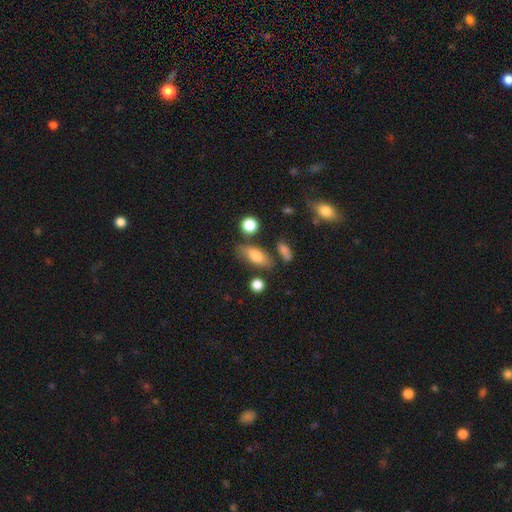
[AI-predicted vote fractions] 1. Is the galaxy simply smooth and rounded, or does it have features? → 72% smooth, 20% featured or disk, 8% star or artifact.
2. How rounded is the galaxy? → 74% in between, 19% cigar-shaped, 6% round.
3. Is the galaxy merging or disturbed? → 71% none, 18% minor disturbance, 6% merger, 5% major disturbance.